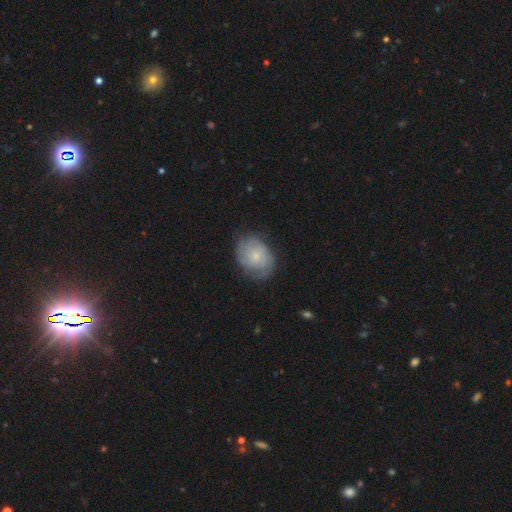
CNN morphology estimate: Smooth or featured? featured or disk (56%)
Edge-on disk? no (97%)
Bar? no (75%)
Spiral arms? yes (86%)
Bulge size? small (71%)
Merging? none (69%)